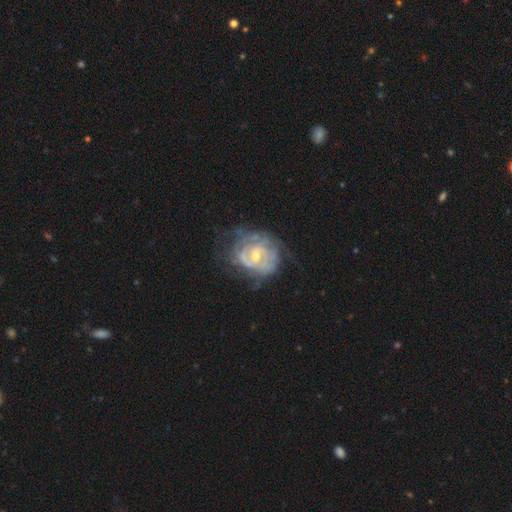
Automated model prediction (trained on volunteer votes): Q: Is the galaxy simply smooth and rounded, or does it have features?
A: featured or disk — 77%.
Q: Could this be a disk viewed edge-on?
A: no — 97%.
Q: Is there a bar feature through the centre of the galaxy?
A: no — 63%.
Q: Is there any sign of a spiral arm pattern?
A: yes — 77%.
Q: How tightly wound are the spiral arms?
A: tight — 64%.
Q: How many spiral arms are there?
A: can't tell — 53%.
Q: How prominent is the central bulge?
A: small — 56%.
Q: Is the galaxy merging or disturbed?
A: none — 57%.